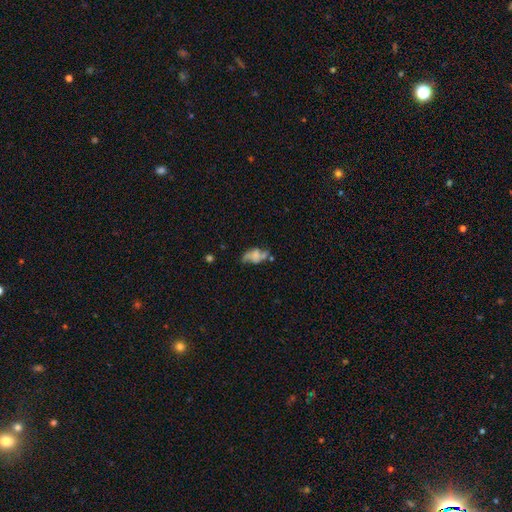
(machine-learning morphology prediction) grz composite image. It shows a featured or disk galaxy (48%). Merging: none (37%).